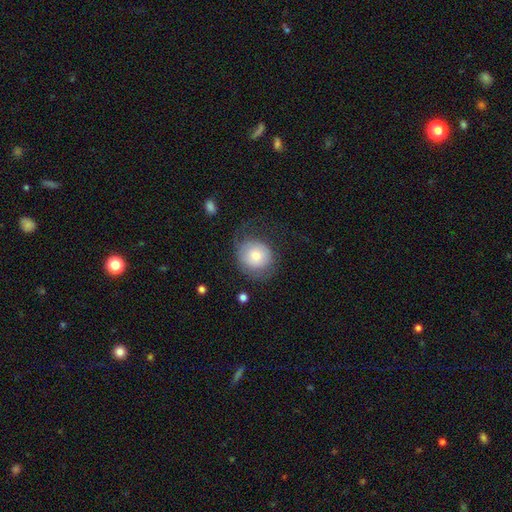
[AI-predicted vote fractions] This is likely a smooth galaxy (63%). How rounded: clearly round (84%). Merging: possibly none (52%).